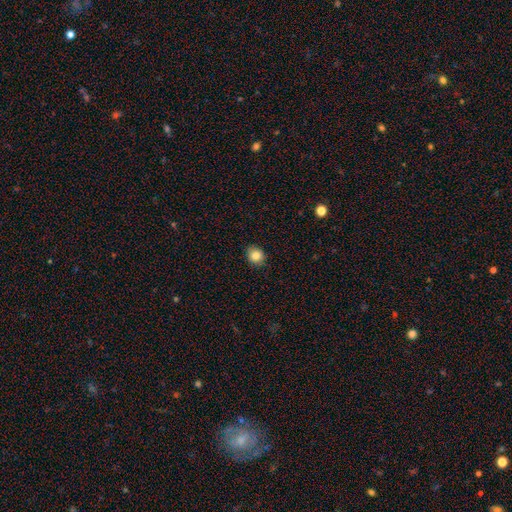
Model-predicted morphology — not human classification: Overall: smooth (84%). How rounded: round (75%). Merging: none (89%).